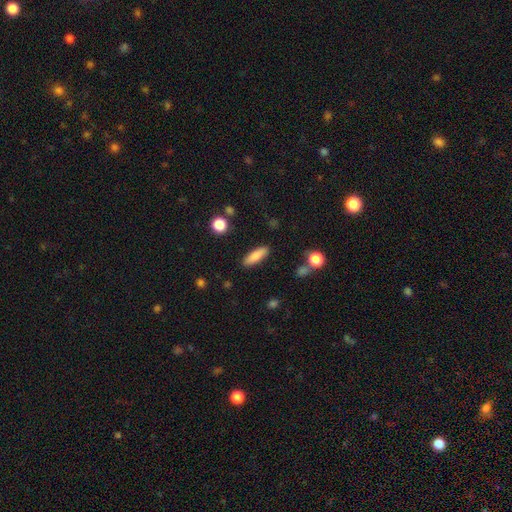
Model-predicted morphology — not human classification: smooth_or_featured: smooth (p=0.83) [alt: featured or disk p=0.11]
how_rounded: in between (p=0.49) [alt: cigar-shaped p=0.48]
merging: none (p=0.88) [alt: minor disturbance p=0.08]